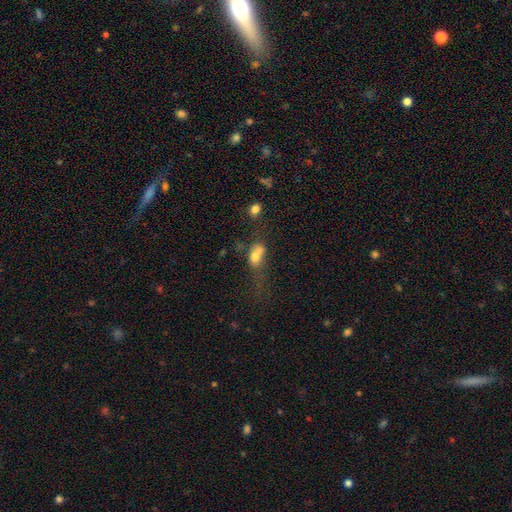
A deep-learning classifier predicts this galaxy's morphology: Smooth or featured?
  - smooth: 67% *
  - featured or disk: 20%
  - star or artifact: 13%
How rounded?
  - in between: 61% *
  - round: 32%
  - cigar-shaped: 7%
Merging?
  - merger: 48% *
  - none: 20%
  - major disturbance: 19%
  - minor disturbance: 13%